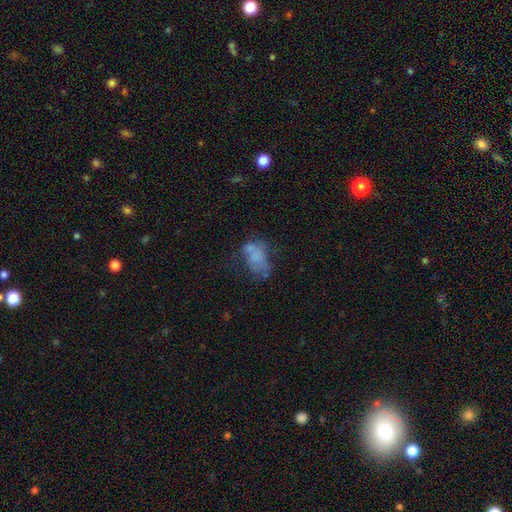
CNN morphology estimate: A smooth galaxy with no disk features (49%). Merging: major disturbance (31%).